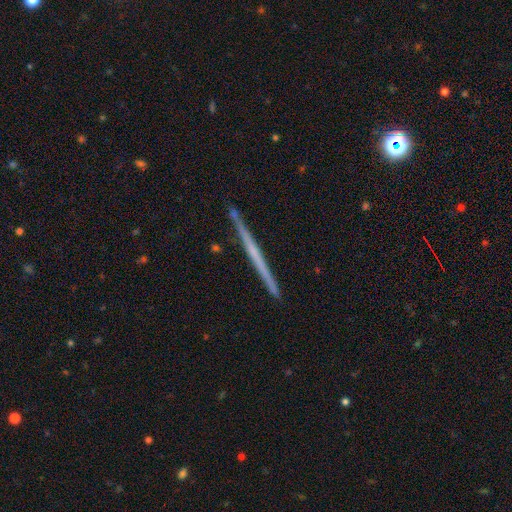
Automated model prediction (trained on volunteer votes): A featured or disk galaxy (68%) viewed edge-on (98%) with no central bulge (79%). Merging: none (92%).